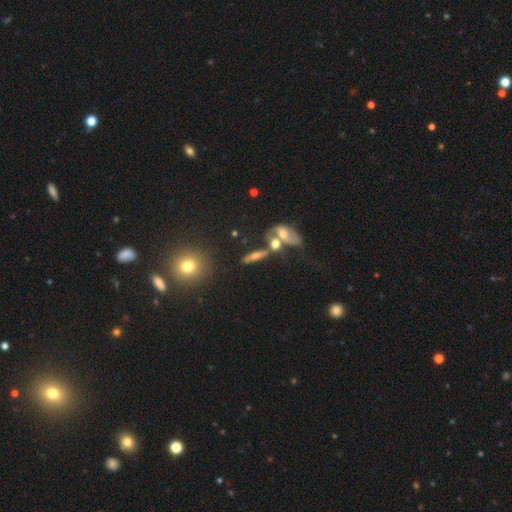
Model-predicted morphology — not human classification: Smooth or featured? Predicted: featured or disk (p=0.52). Edge-on disk? Predicted: yes (p=0.74). Merging? Predicted: none (p=0.53).